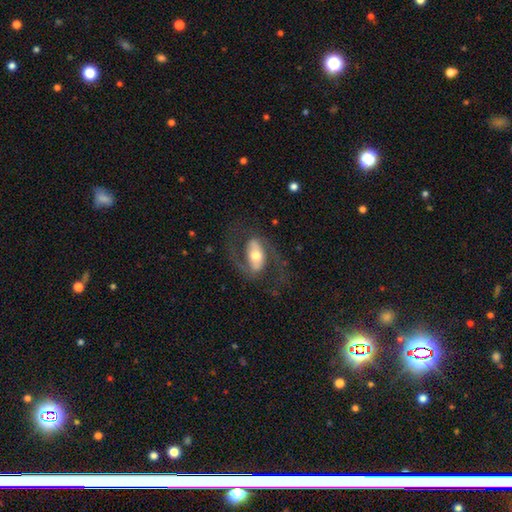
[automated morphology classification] Smooth or featured? featured or disk (78%)
Edge-on disk? no (94%)
Bar? strong (43%)
Spiral arms? yes (88%)
Spiral winding? medium (51%)
Spiral arm count? 2 (89%)
Bulge size? moderate (68%)
Merging? none (68%)